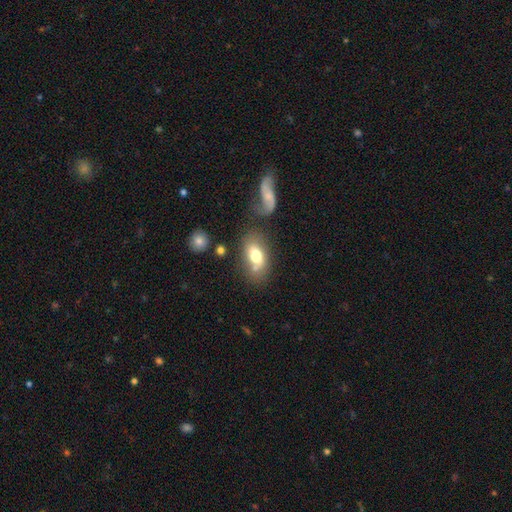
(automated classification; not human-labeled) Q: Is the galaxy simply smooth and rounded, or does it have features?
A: smooth — 69%.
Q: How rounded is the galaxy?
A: in between — 87%.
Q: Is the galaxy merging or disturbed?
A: none — 52%.